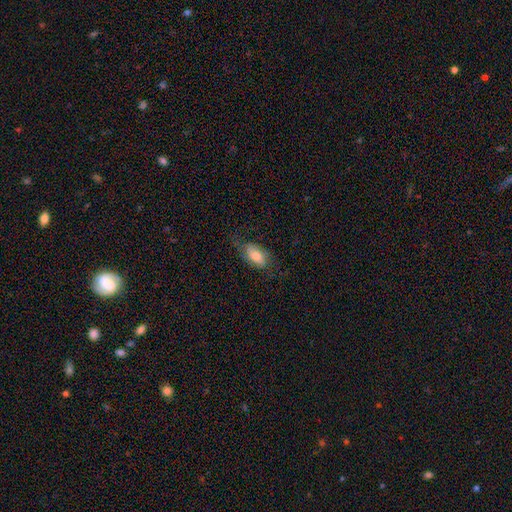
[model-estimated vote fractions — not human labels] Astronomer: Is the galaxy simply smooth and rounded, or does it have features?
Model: smooth — 67%.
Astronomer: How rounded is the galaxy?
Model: in between — 90%.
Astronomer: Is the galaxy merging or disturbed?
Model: none — 60%.